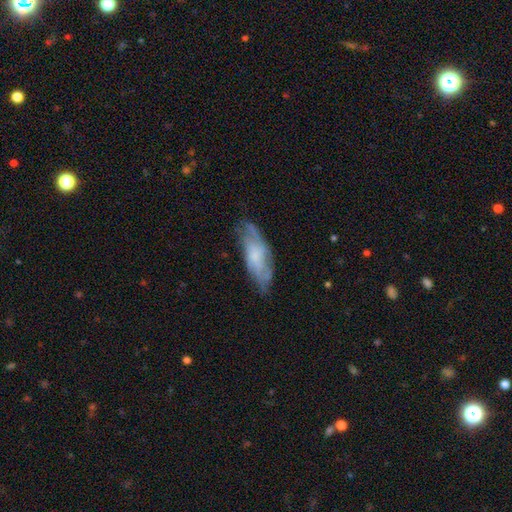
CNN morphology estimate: A featured or disk galaxy (57%). Merging: none (65%).